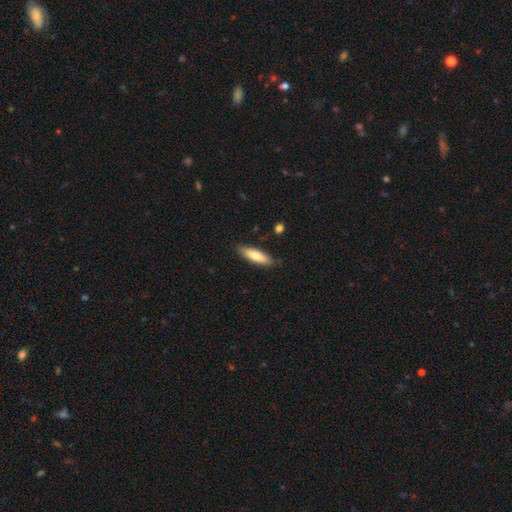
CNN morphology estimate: A smooth galaxy with no disk features (75%) that is cigar-shaped (49%, tied with in between).

Vote fractions:
- Smooth or featured? smooth: 75% / featured or disk: 19% / star or artifact: 6%
- How rounded? cigar-shaped: 49% (tied) / in between: 49% (tied) / round: 2%
- Merging? none: 86% / minor disturbance: 11% / major disturbance: 2% / merger: 2%